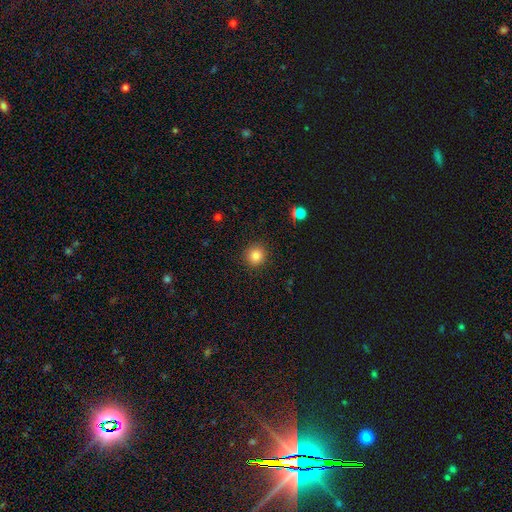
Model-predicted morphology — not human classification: Smooth or featured: smooth — 84% (star or artifact — 12%)
How rounded: round — 92% (in between — 7%)
Merging: none — 91% (minor disturbance — 6%)